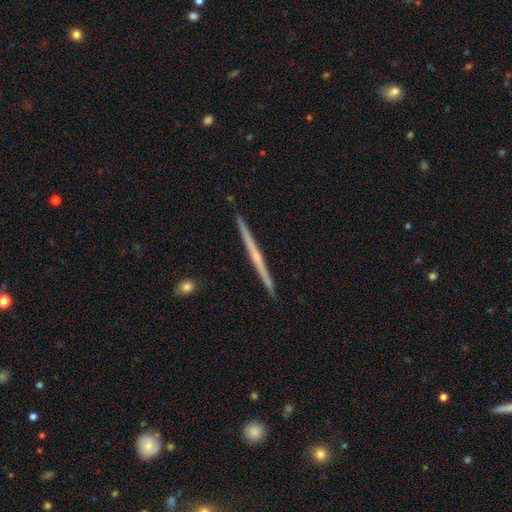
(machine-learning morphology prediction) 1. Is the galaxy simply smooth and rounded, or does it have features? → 77% featured or disk, 17% smooth, 6% star or artifact.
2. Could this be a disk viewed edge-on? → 99% yes, 1% no.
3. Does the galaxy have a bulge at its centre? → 50% rounded, 45% none, 5% boxy.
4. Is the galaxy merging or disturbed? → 93% none, 5% minor disturbance, 1% merger, 1% major disturbance.